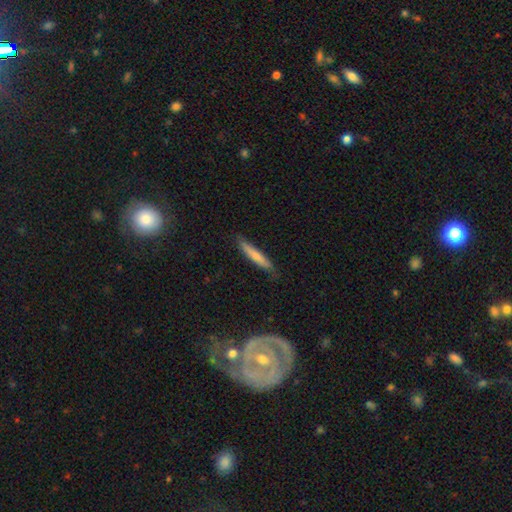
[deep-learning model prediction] smooth_or_featured: smooth (p=0.71) [alt: featured or disk p=0.24]
how_rounded: cigar-shaped (p=0.92) [alt: in between p=0.07]
merging: none (p=0.80) [alt: minor disturbance p=0.16]